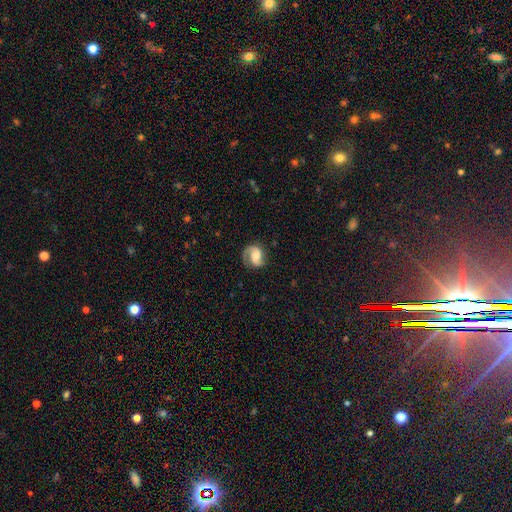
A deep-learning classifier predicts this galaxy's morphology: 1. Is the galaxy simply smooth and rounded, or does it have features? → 74% featured or disk, 20% smooth, 7% star or artifact.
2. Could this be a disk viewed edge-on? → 98% no, 2% yes.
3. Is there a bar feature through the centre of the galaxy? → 48% no, 40% weak, 12% strong.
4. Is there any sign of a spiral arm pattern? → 95% yes, 5% no.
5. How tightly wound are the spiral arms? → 46% medium, 28% loose, 27% tight.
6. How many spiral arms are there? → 58% 2, 36% 1, 4% can't tell, 1% 3, 1% 4, 1% more than 4.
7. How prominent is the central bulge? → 40% moderate, 25% small, 18% large, 14% none, 3% dominant.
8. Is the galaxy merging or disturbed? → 65% none, 20% minor disturbance, 13% major disturbance, 2% merger.